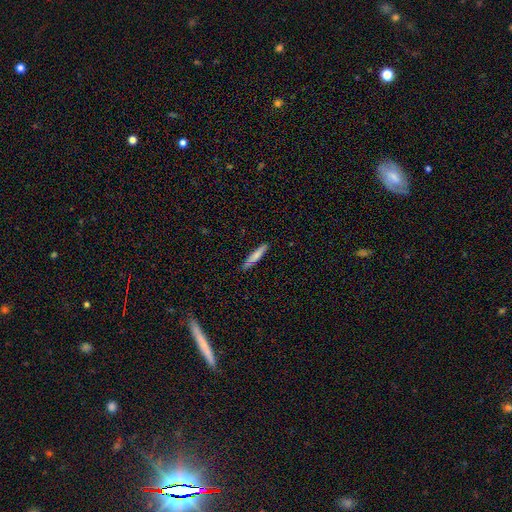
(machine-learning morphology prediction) Overall: smooth (77%). How rounded: cigar-shaped (89%). Merging: none (87%).